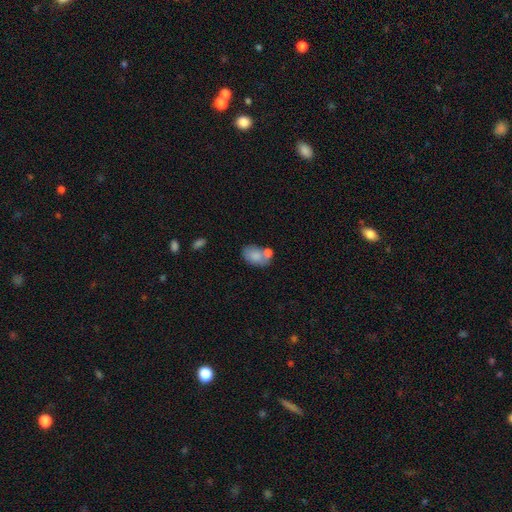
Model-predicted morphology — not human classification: Smooth or featured: smooth — 77% (featured or disk — 15%)
How rounded: in between — 84% (round — 15%)
Merging: none — 41% (merger — 35%)